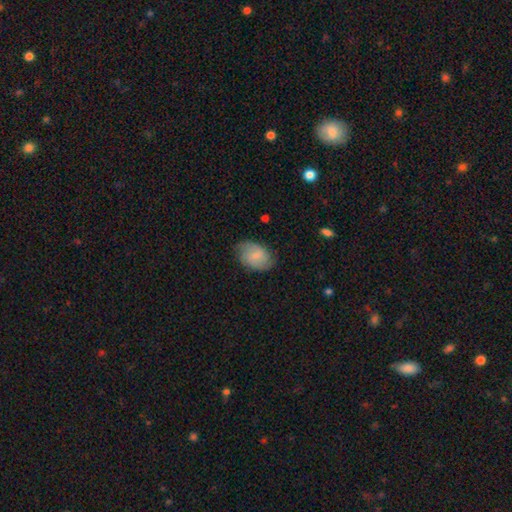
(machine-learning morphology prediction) Smooth or featured: smooth — 54% (featured or disk — 39%)
How rounded: in between — 82% (round — 17%)
Merging: none — 74% (minor disturbance — 19%)